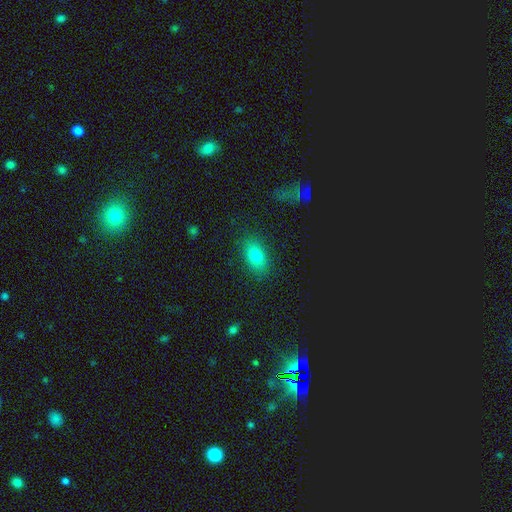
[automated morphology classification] The model was most divided on "smooth or featured": smooth: 78%, featured or disk: 11%, star or artifact: 11%. More confident: merging — none (85%); how rounded — in between (85%).